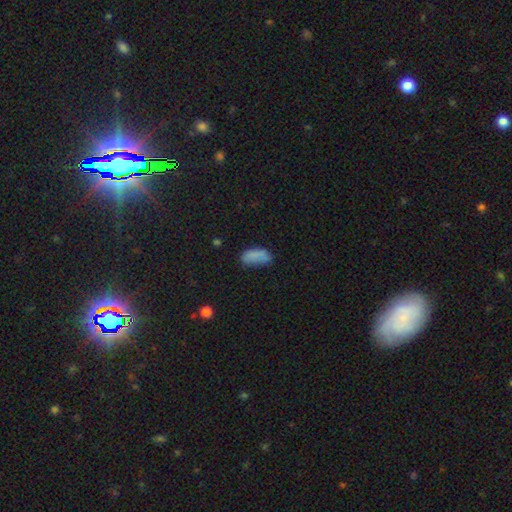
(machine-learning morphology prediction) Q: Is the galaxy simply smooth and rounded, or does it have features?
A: smooth — 80%.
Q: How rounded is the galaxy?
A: in between — 89%.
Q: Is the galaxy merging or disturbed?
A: none — 54%.